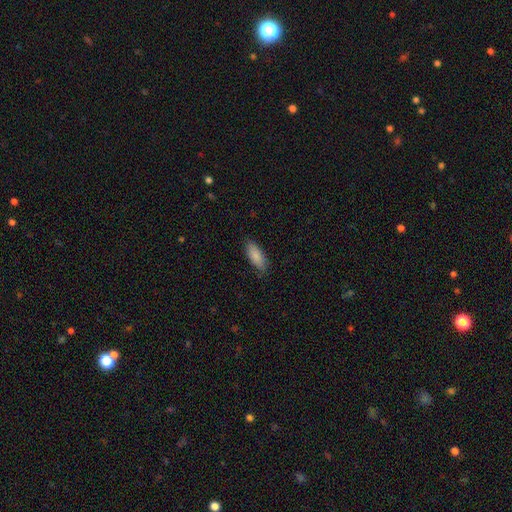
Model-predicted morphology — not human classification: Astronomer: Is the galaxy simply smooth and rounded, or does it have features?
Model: smooth — 86%.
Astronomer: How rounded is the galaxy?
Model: in between — 79%.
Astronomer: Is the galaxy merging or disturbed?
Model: none — 83%.